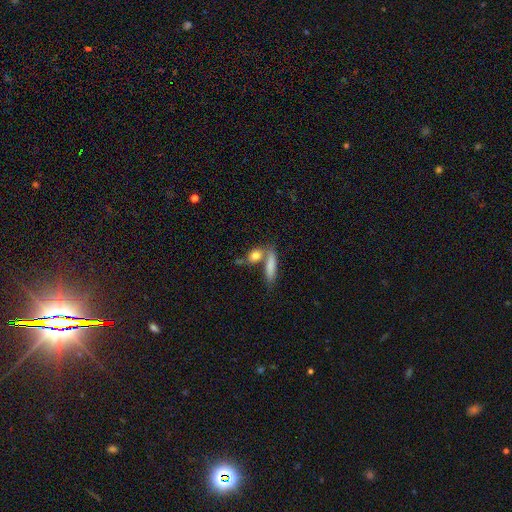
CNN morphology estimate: Smooth or featured? Predicted: smooth (p=0.77). How rounded? Predicted: in between (p=0.51). Merging? Predicted: none (p=0.49).